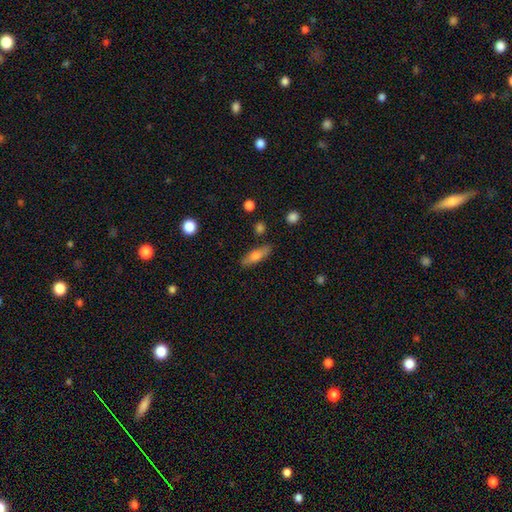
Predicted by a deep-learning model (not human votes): Morphology: type=smooth (65%); roundness=cigar-shaped (51%); merging=none (82%).